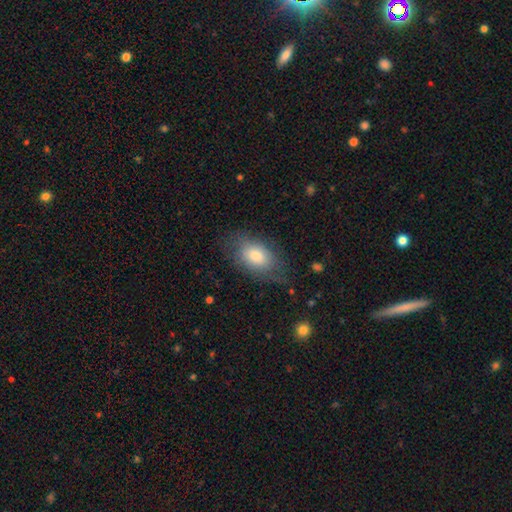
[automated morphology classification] Smooth or featured: smooth — 72% (featured or disk — 21%)
How rounded: in between — 88% (round — 9%)
Merging: none — 66% (minor disturbance — 22%)